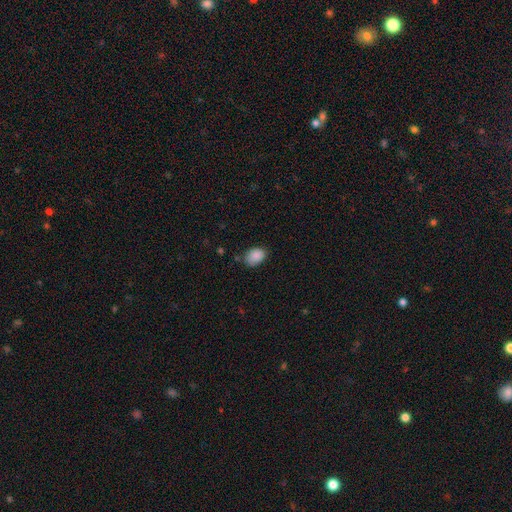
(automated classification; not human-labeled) smooth 87%, star or artifact 8%, featured or disk 5%. Down the decision tree: how rounded — in between (78%); merging — none (70%).